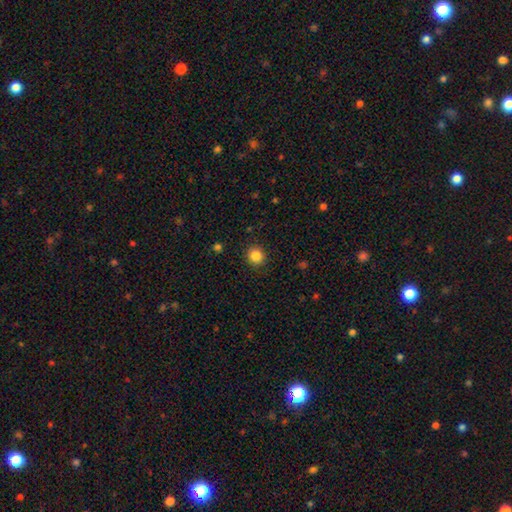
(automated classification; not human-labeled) Morphology: type=smooth (85%); roundness=round (90%); merging=none (91%).